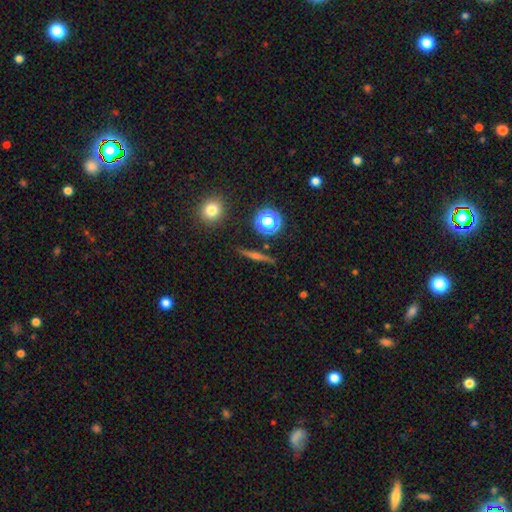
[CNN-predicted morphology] A featured or disk galaxy (54%) viewed edge-on (94%) with a rounded central bulge (73%).

Vote fractions:
- Smooth or featured? featured or disk: 54% / smooth: 29% / star or artifact: 17%
- Edge-on disk? yes: 94% / no: 6%
- Edge-on bulge? rounded: 73% / none: 19% / boxy: 8%
- Merging? none: 90% / minor disturbance: 6% / major disturbance: 2% / merger: 2%